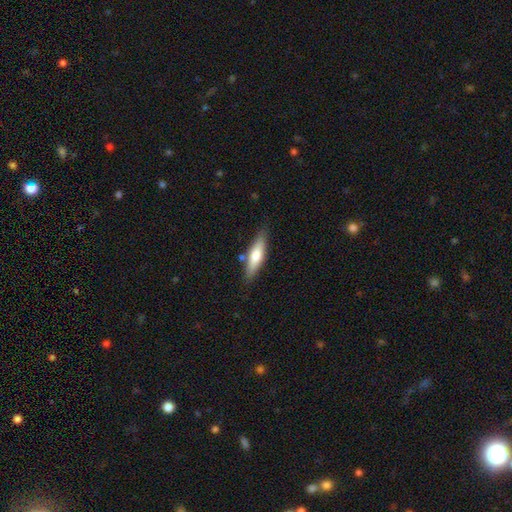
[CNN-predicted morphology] smooth 63%, featured or disk 32%, star or artifact 6%. Down the decision tree: how rounded — cigar-shaped (64%); merging — none (79%).